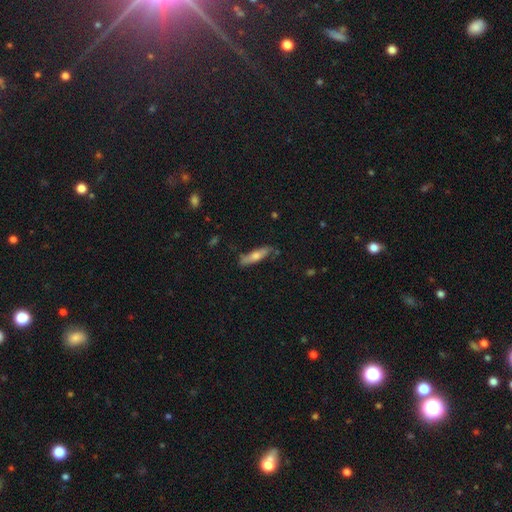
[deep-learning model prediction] smooth_or_featured: smooth (p=0.54) [alt: featured or disk p=0.40]
how_rounded: cigar-shaped (p=0.75) [alt: in between p=0.23]
merging: none (p=0.78) [alt: minor disturbance p=0.17]